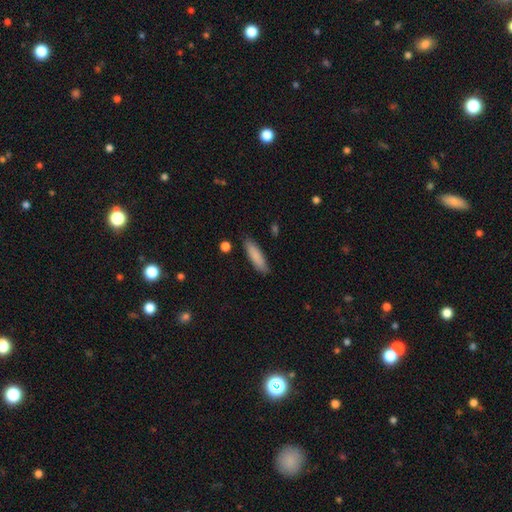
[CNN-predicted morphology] Smooth or featured?
  - smooth: 84% *
  - featured or disk: 10%
  - star or artifact: 6%
How rounded?
  - cigar-shaped: 67% *
  - in between: 31%
  - round: 2%
Merging?
  - none: 86% *
  - minor disturbance: 10%
  - major disturbance: 2%
  - merger: 2%